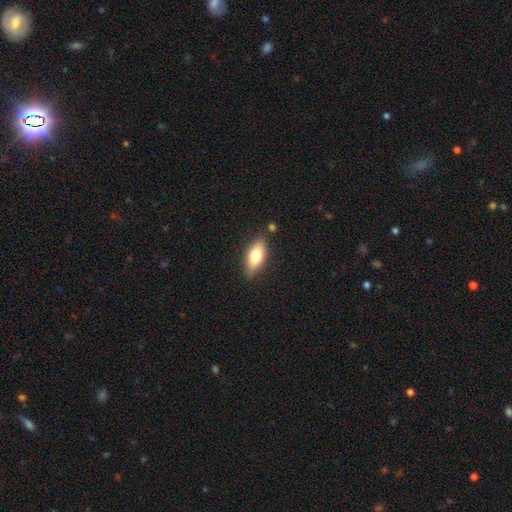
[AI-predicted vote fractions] A smooth galaxy with no disk features (71%) that is in between round and cigar-shaped (78%). Merging: none (81%).